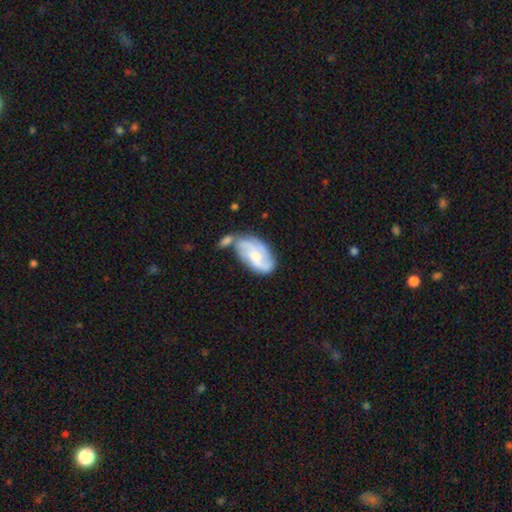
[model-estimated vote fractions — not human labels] A featured or disk galaxy (61%) with no bar (58%), spiral arms (85%) and a moderate central bulge (46%). Merging: none (37%).